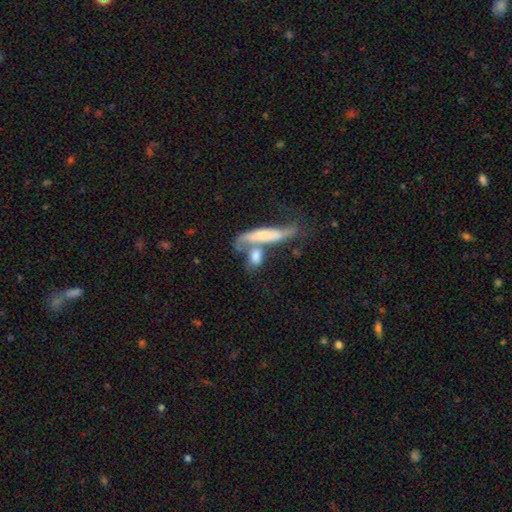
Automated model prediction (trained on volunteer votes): smooth_or_featured: smooth (p=0.62) [alt: featured or disk p=0.30]
how_rounded: in between (p=0.55) [alt: cigar-shaped p=0.32]
merging: merger (p=0.55) [alt: none p=0.24]